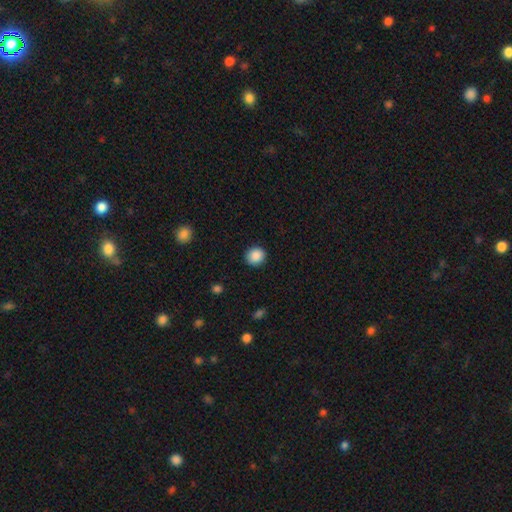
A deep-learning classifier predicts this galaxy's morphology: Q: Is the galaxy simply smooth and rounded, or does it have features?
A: smooth — 89%.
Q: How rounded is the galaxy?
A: round — 86%.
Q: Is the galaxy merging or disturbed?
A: none — 90%.